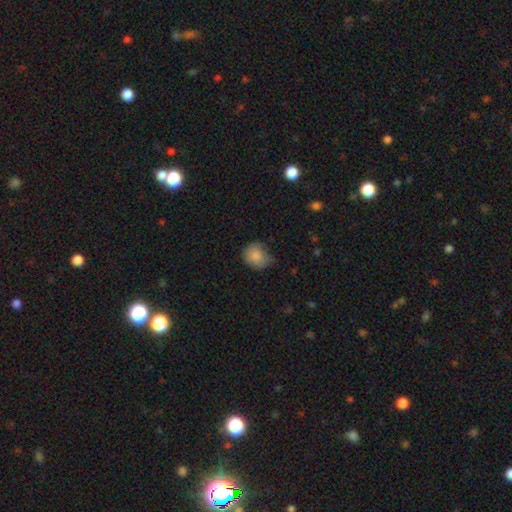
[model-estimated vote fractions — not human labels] Smooth or featured? smooth (85%)
How rounded? round (75%)
Merging? none (61%)